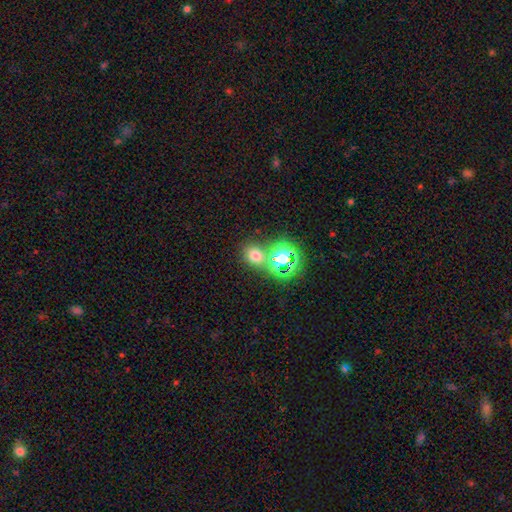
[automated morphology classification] type=smooth (64%); roundness=round (64%); merging=none (68%).